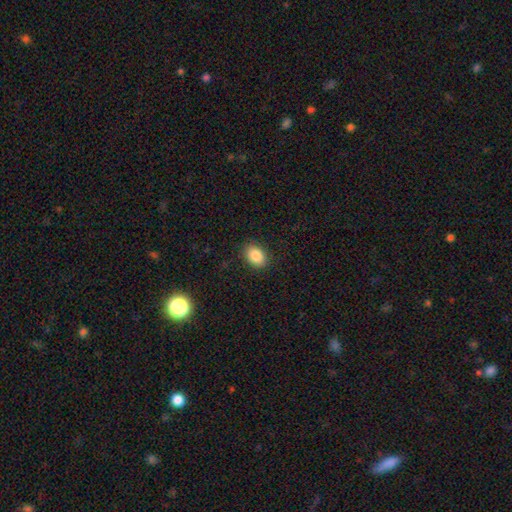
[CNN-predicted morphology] Smooth or featured? smooth (86%)
How rounded? in between (77%)
Merging? none (88%)